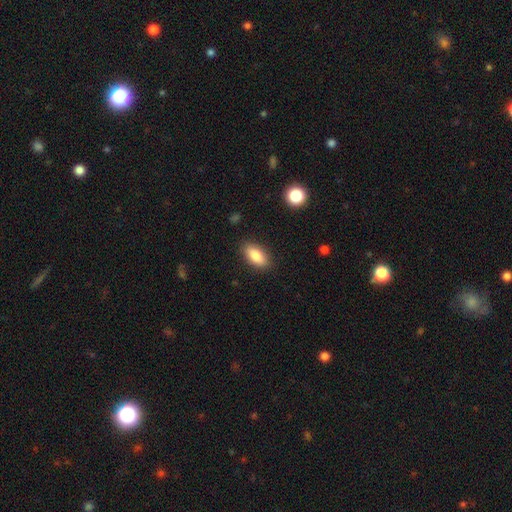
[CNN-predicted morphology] A smooth galaxy with no disk features (83%) that is in between round and cigar-shaped (86%).

Vote fractions:
- Smooth or featured? smooth: 83% / featured or disk: 9% / star or artifact: 7%
- How rounded? in between: 86% / cigar-shaped: 11% / round: 3%
- Merging? none: 87% / minor disturbance: 9% / major disturbance: 2% / merger: 1%